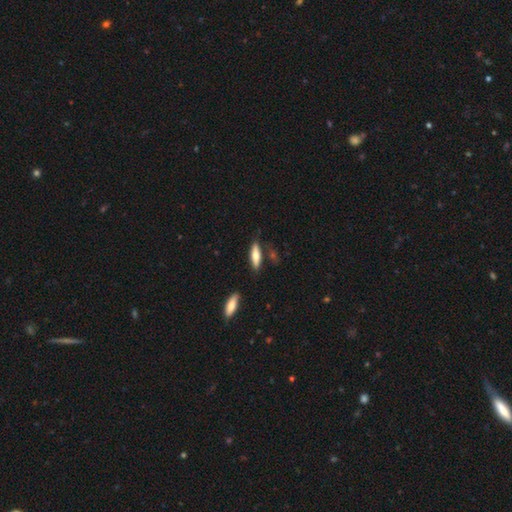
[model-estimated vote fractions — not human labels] Smooth or featured: smooth — 68% (featured or disk — 26%)
How rounded: cigar-shaped — 58% (in between — 40%)
Merging: none — 74% (minor disturbance — 17%)